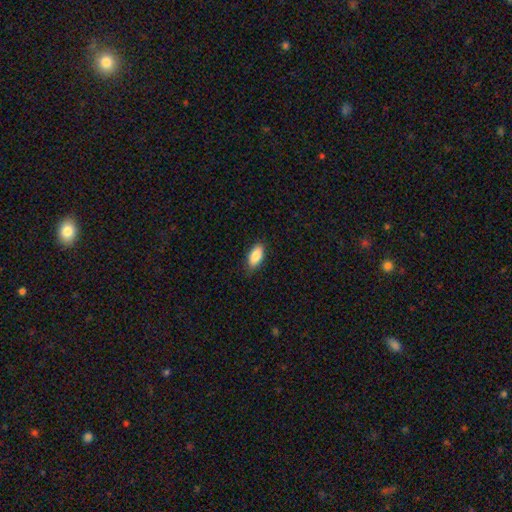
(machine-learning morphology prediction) A smooth galaxy with no disk features (86%) that is in between round and cigar-shaped (90%). Merging: none (84%).